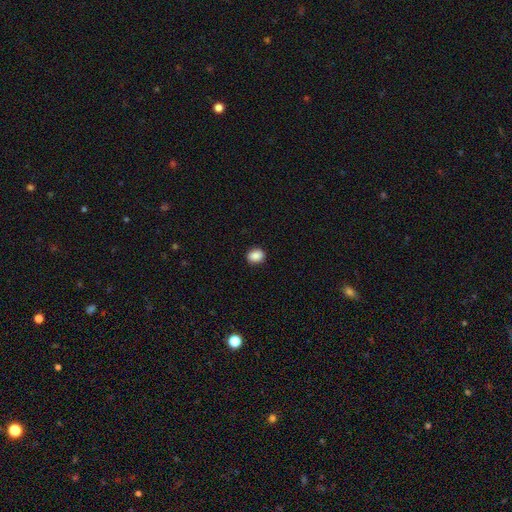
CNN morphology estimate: This appears to be a smooth galaxy with no disk features (88%) that is round (50%). Merging: none (88%).